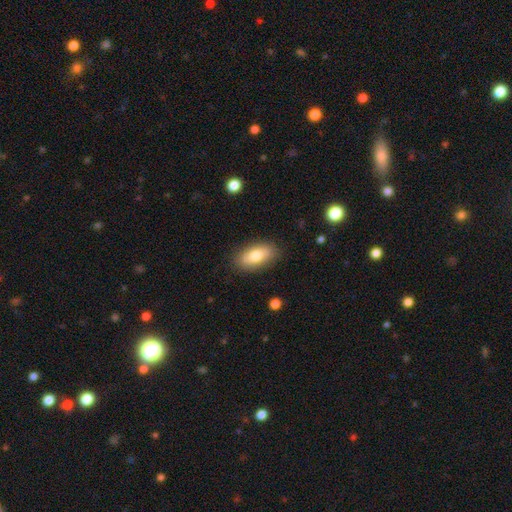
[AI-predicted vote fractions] Morphology: type=smooth (75%); roundness=in between (89%); merging=none (85%).